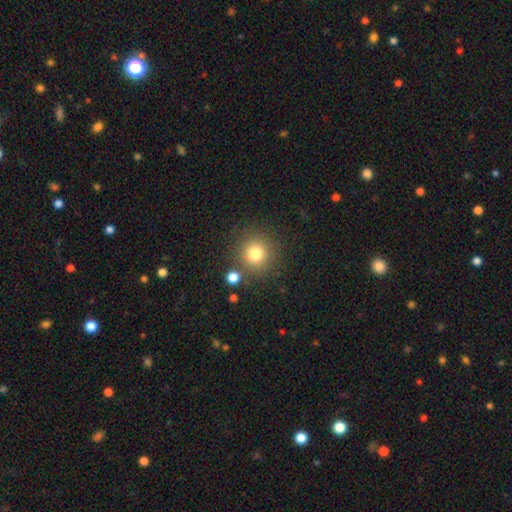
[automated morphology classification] smooth_or_featured: smooth (p=0.76) [alt: star or artifact p=0.17]
how_rounded: round (p=0.95) [alt: in between p=0.04]
merging: none (p=0.87) [alt: minor disturbance p=0.06]